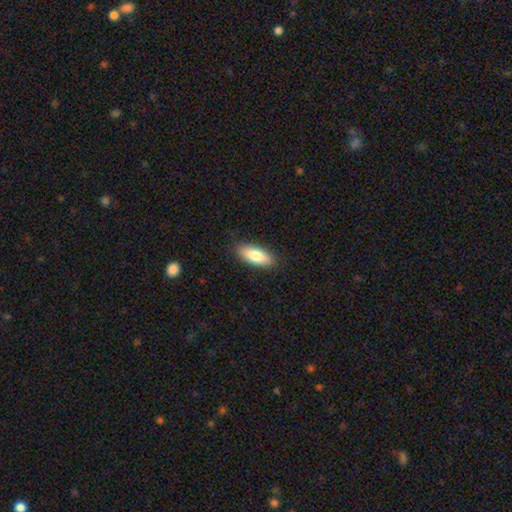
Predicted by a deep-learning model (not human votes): smooth-or-featured: smooth: 80% | featured or disk: 14% | star or artifact: 6%
  how-rounded: in between: 78% | cigar-shaped: 20% | round: 2%
  merging: none: 88% | minor disturbance: 9% | major disturbance: 2% | merger: 1%